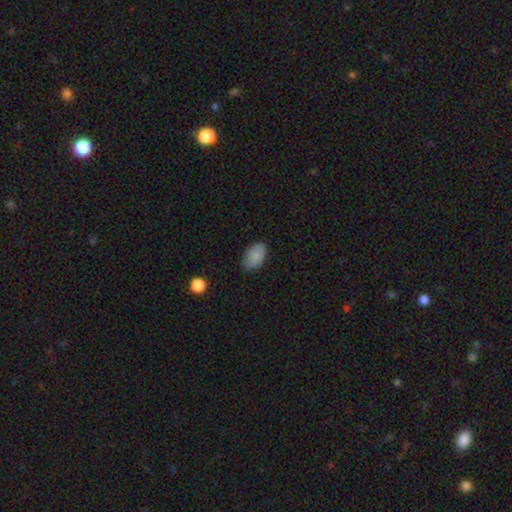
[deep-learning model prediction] A smooth galaxy with no disk features (87%) that is in between round and cigar-shaped (92%). Merging: none (80%).